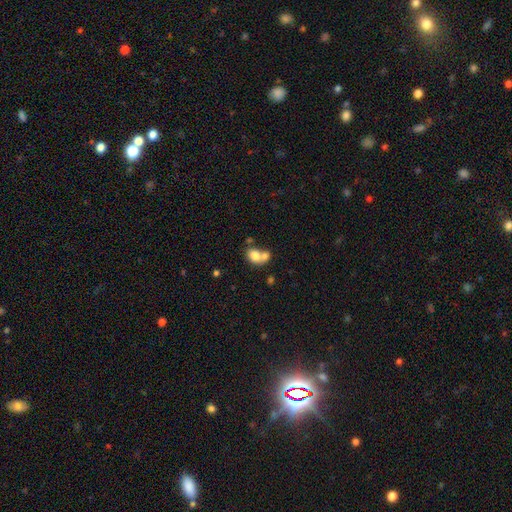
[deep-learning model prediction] This is likely a smooth galaxy (75%). How rounded: possibly in between (57%). Merging: likely merger (62%).